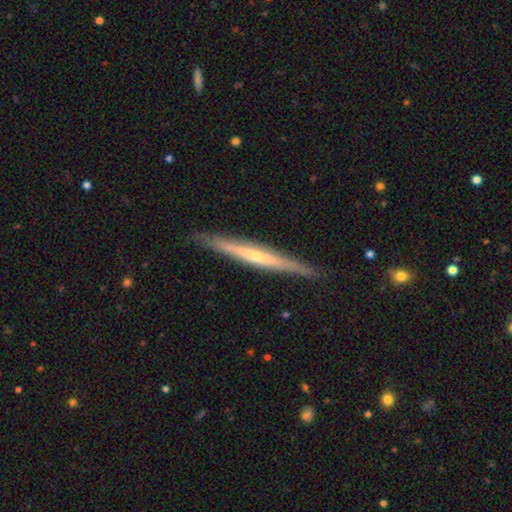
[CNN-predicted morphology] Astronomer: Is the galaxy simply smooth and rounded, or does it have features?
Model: featured or disk — 64%.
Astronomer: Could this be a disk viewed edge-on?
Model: yes — 96%.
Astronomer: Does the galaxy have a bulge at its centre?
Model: none — 52% (runner-up: rounded, 41%).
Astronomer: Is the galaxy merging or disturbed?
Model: none — 88%.